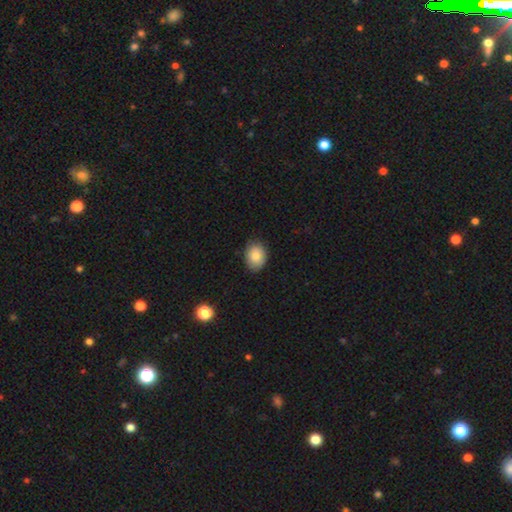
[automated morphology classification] The model was most divided on "how rounded": in between: 66%, round: 33%, cigar-shaped: 1%. More confident: merging — none (82%); smooth or featured — smooth (82%).